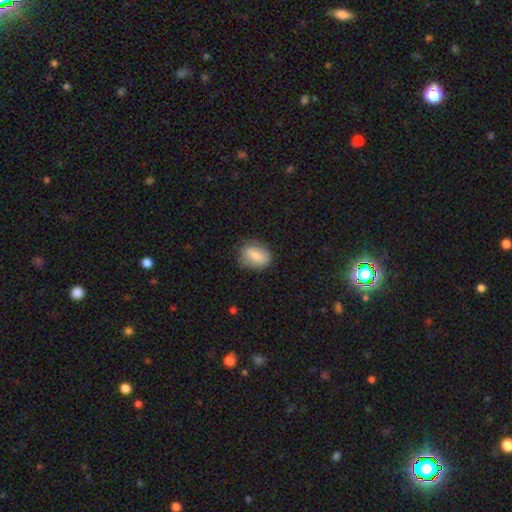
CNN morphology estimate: This is likely a smooth galaxy (79%). How rounded: likely in between (75%). Merging: likely none (74%).